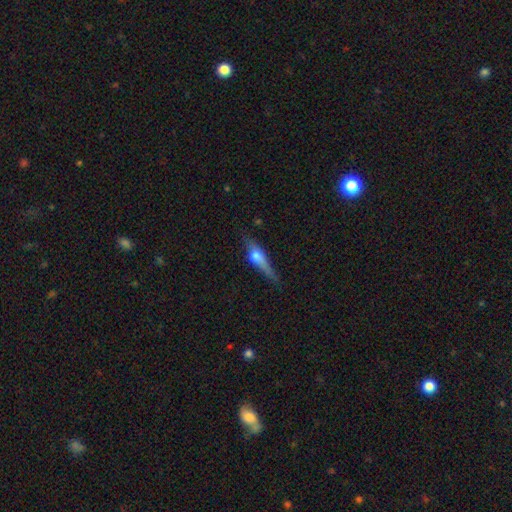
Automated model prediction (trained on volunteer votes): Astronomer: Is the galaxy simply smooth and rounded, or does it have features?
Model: featured or disk — 50% (runner-up: smooth, 42%).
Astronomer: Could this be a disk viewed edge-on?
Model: yes — 90%.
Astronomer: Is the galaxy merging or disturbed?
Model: none — 63%.